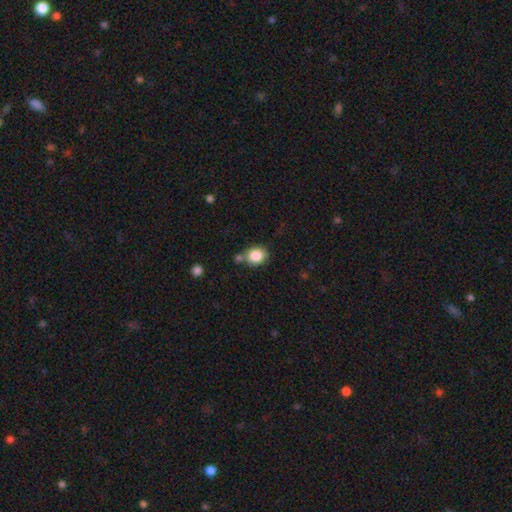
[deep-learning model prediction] This appears to be a smooth galaxy with no disk features (84%) that is round (64%). Merging: none (68%).